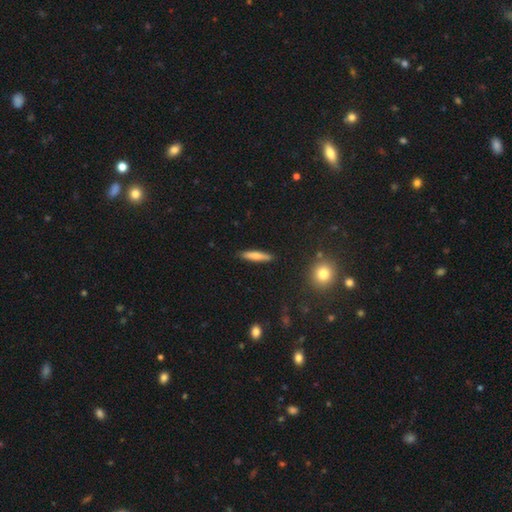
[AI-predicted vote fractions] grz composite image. It shows a smooth galaxy with no disk features (72%) that is cigar-shaped (86%). Merging: none (89%).